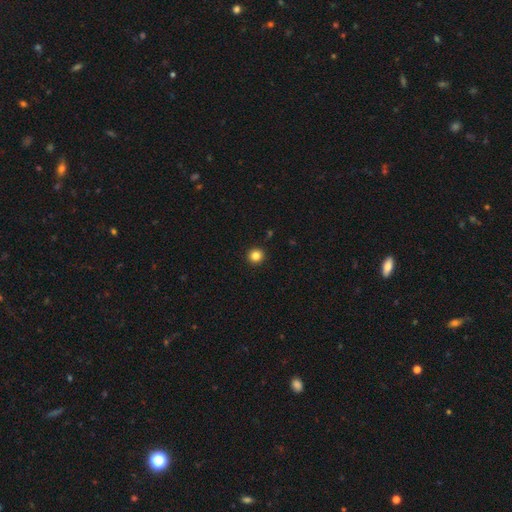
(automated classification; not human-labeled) smooth 84%, star or artifact 12%, featured or disk 5%. Down the decision tree: how rounded — round (95%); merging — none (93%).